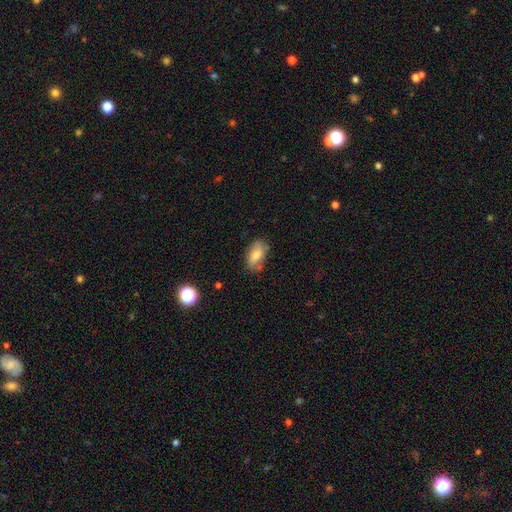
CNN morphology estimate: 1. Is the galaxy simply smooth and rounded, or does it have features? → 73% smooth, 19% featured or disk, 8% star or artifact.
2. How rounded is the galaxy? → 91% in between, 6% round, 3% cigar-shaped.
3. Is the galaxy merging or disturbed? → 70% none, 22% minor disturbance, 5% major disturbance, 3% merger.